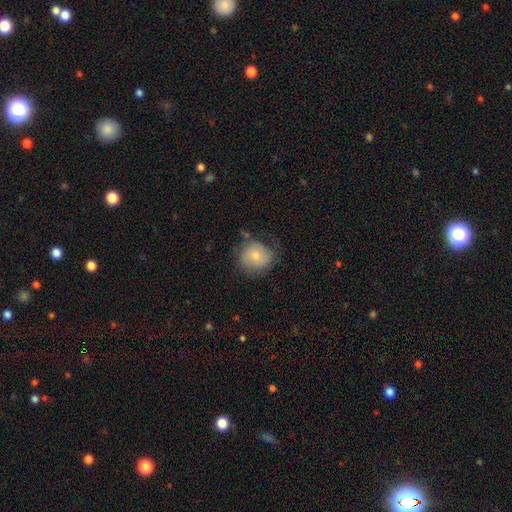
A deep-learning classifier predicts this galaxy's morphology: This appears to be a smooth galaxy with no disk features (66%) that is round (85%). Merging: none (62%).